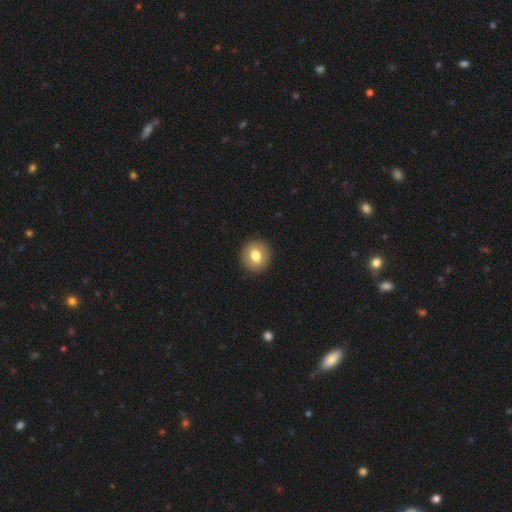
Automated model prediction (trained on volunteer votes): Overall: smooth (76%). How rounded: round (87%). Merging: none (92%).